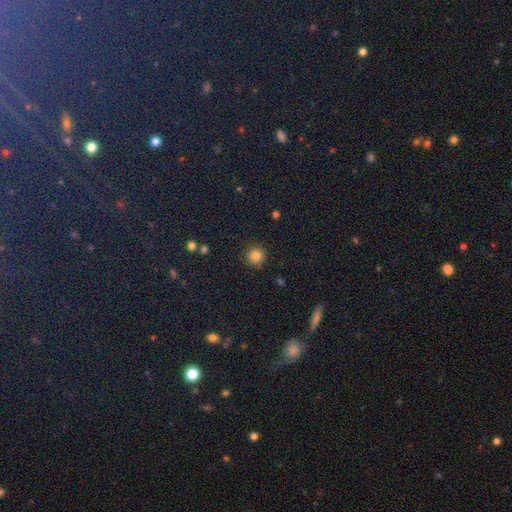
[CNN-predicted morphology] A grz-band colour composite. It shows a smooth galaxy with no disk features (84%) that is round (94%). Merging: none (90%).